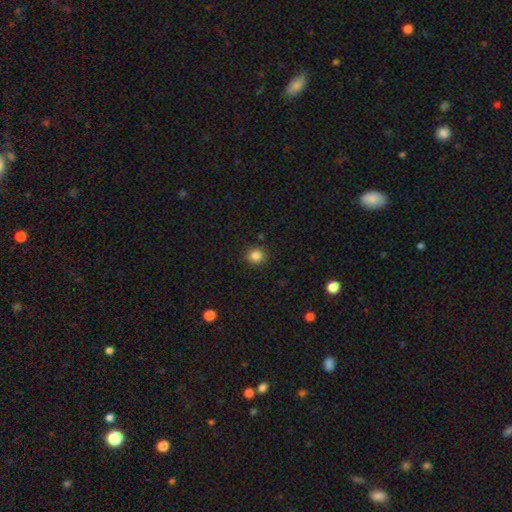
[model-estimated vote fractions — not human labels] A smooth galaxy with no disk features (84%) that is round (87%). Merging: none (90%).